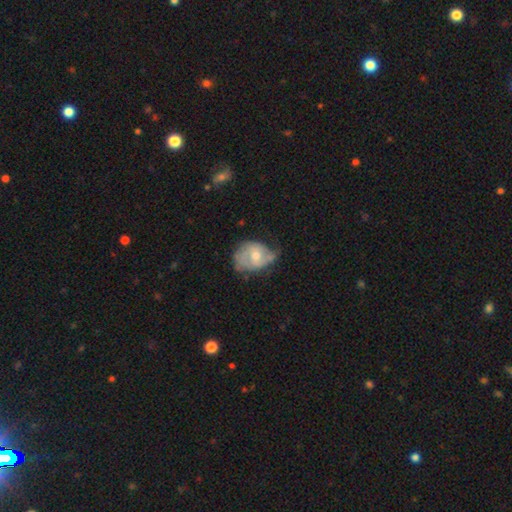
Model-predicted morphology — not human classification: smooth-or-featured: featured or disk: 62% | smooth: 32% | star or artifact: 6%
  disk-edge-on: no: 97% | yes: 3%
    bar: no: 68% | weak: 28% | strong: 4%
    has-spiral-arms: yes: 72% | no: 28%
    bulge-size: moderate: 66% | small: 26% | large: 5% | none: 2% | dominant: 1%
  merging: minor disturbance: 38% (tied) | none: 38% (tied) | major disturbance: 22% | merger: 2%